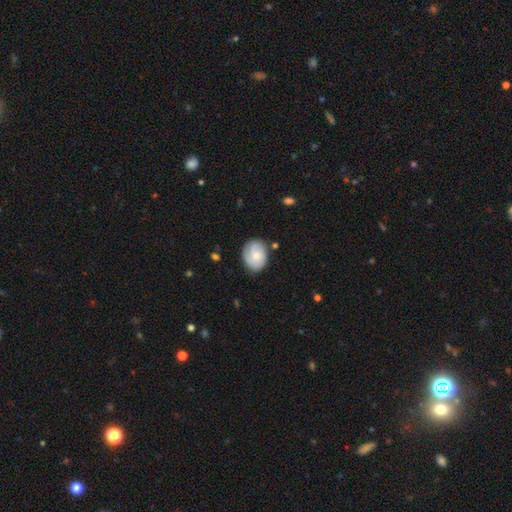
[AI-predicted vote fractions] Smooth or featured: featured or disk — 48% (smooth — 46%)
Merging: none — 70% (minor disturbance — 22%)